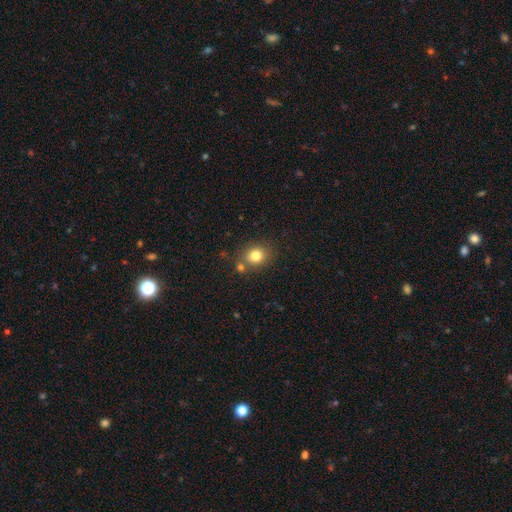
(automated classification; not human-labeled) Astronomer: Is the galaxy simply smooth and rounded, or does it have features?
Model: smooth — 80%.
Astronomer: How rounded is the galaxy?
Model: round — 70%.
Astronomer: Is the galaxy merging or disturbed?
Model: none — 72%.